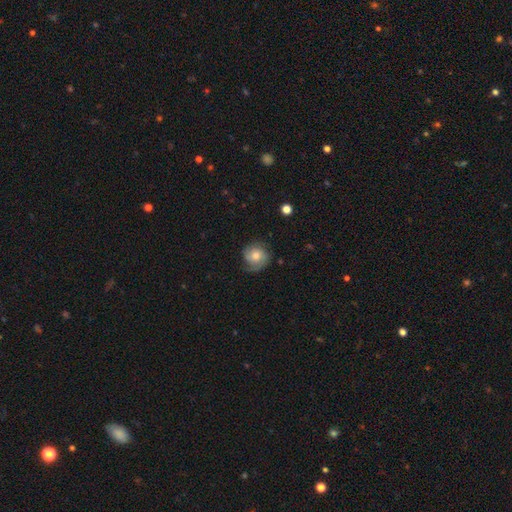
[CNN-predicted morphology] Smooth or featured? Predicted: featured or disk (p=0.47). Merging? Predicted: none (p=0.67).